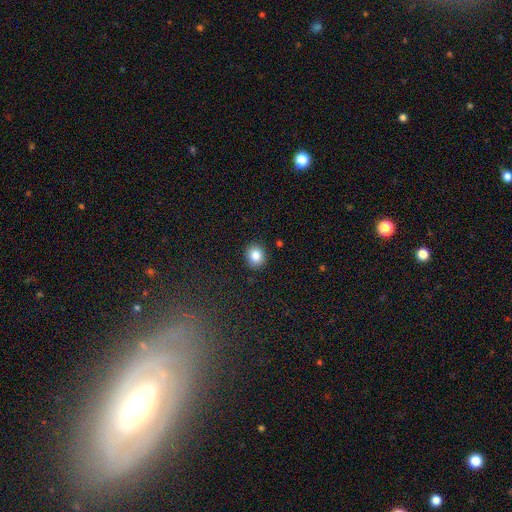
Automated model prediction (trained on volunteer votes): smooth_or_featured: smooth (p=0.85) [alt: star or artifact p=0.09]
how_rounded: round (p=0.67) [alt: in between p=0.32]
merging: none (p=0.89) [alt: minor disturbance p=0.07]